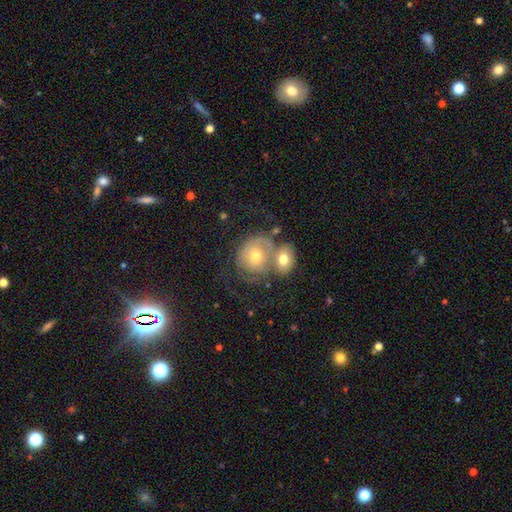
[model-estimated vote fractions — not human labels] This appears to be a featured or disk galaxy (54%) with no bar (81%), spiral arms (60%) and a moderate central bulge (60%). Merging: merger (54%).